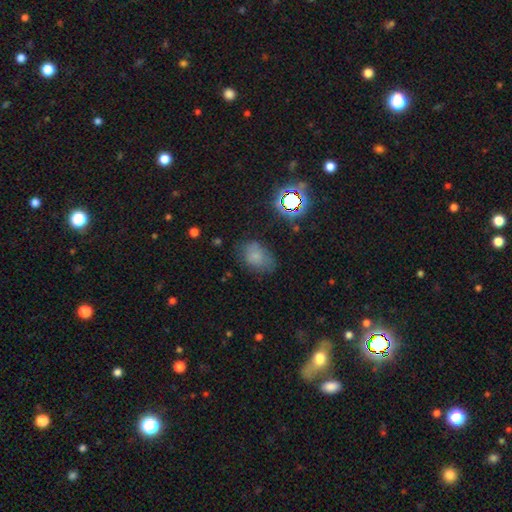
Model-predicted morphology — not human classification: A smooth galaxy with no disk features (71%) that is in between round and cigar-shaped (77%). Merging: none (61%).